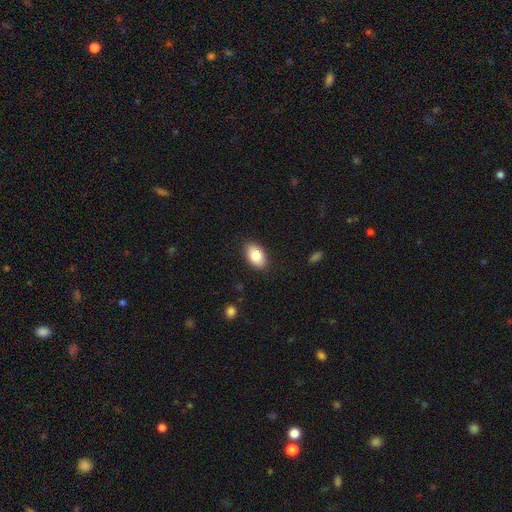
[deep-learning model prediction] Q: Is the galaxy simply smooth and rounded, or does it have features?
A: smooth — 85%.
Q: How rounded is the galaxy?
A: in between — 91%.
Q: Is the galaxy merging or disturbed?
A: none — 86%.